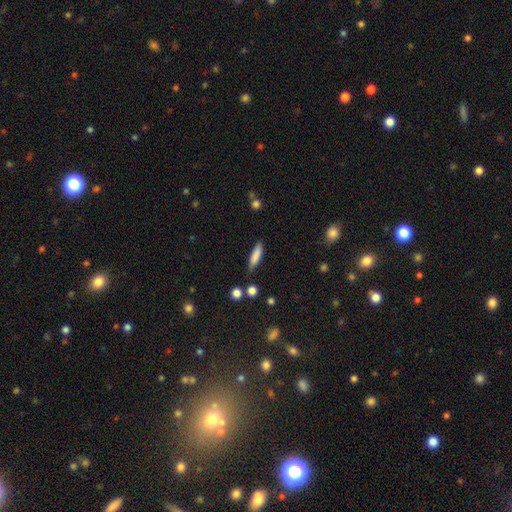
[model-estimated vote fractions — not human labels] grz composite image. It shows a smooth galaxy with no disk features (81%) that is cigar-shaped (73%). Merging: none (76%).